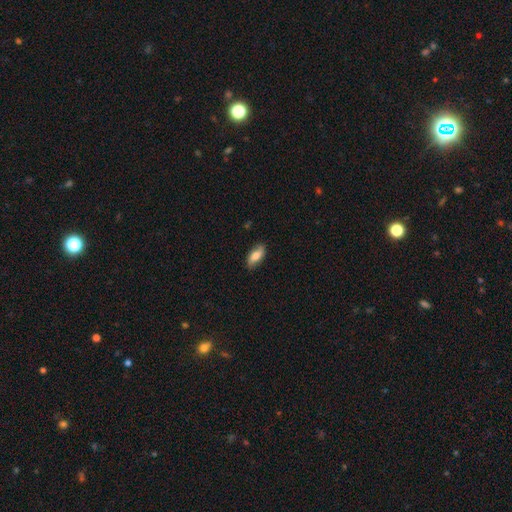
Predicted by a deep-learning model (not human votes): Overall: smooth (70%). How rounded: in between (82%). Merging: none (82%).